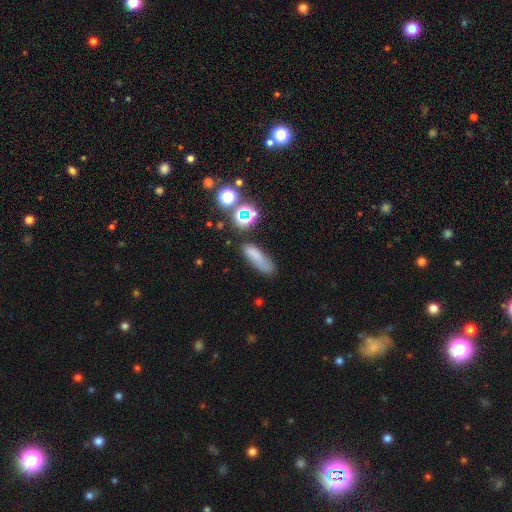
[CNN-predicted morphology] The model was most divided on "how rounded": cigar-shaped: 51%, in between: 43%, round: 6%. More confident: smooth or featured — smooth (68%); merging — none (61%).